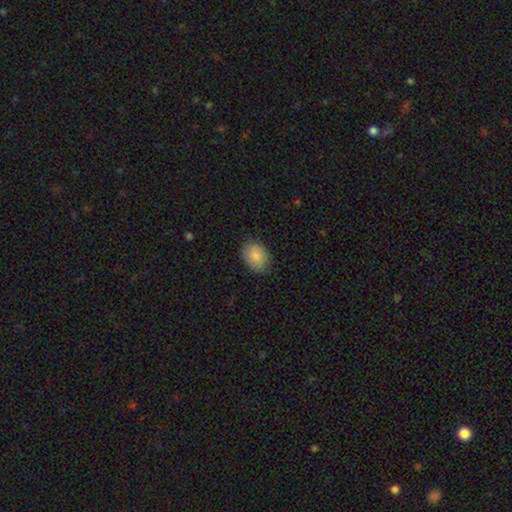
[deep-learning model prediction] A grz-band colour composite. It shows a smooth galaxy with no disk features (86%) that is in between round and cigar-shaped (71%). Merging: none (82%).